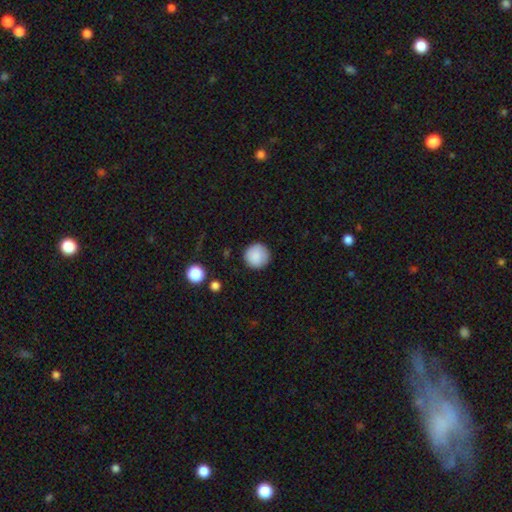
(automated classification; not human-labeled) A smooth galaxy with no disk features (88%) that is round (96%).

Vote fractions:
- Smooth or featured? smooth: 88% / star or artifact: 8% / featured or disk: 5%
- How rounded? round: 96% / in between: 3% / cigar-shaped: 1%
- Merging? none: 89% / minor disturbance: 8% / major disturbance: 2% / merger: 1%